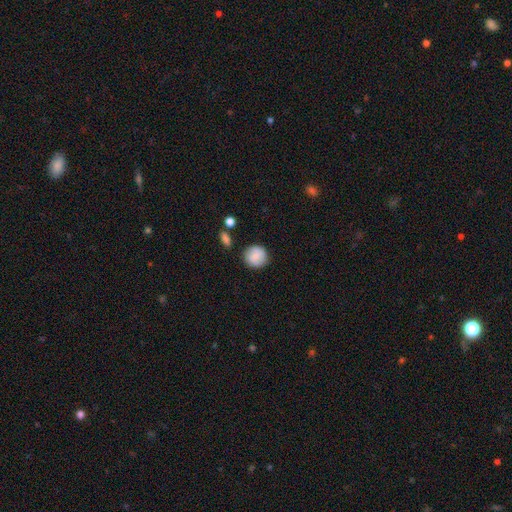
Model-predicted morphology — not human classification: Q: Smooth or featured?
A: smooth (80%); runner-up: featured or disk (12%)
Q: How rounded?
A: round (89%); runner-up: in between (10%)
Q: Merging?
A: none (83%); runner-up: minor disturbance (11%)